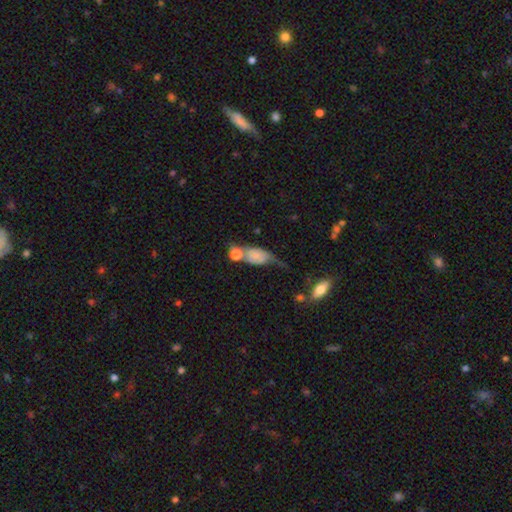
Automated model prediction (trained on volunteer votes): Smooth or featured?
  - smooth: 59% *
  - featured or disk: 32%
  - star or artifact: 9%
How rounded?
  - in between: 75% *
  - round: 20%
  - cigar-shaped: 5%
Merging?
  - merger: 34% *
  - none: 23%
  - major disturbance: 22%
  - minor disturbance: 20%